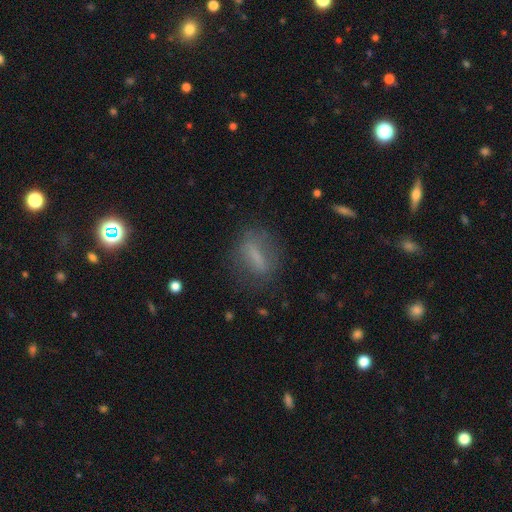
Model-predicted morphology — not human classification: Smooth or featured: smooth — 56% (featured or disk — 32%)
How rounded: cigar-shaped — 50% (in between — 40%)
Merging: none — 75% (minor disturbance — 15%)